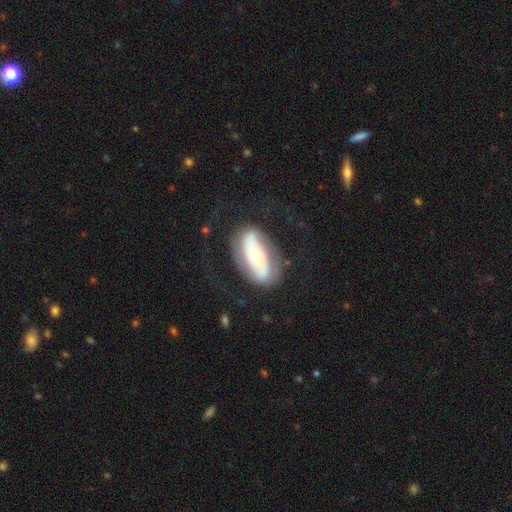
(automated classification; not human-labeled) This appears to be a featured or disk galaxy (73%) with no bar (38%), spiral arms (72%) and a moderate central bulge (51%). Merging: none (67%).